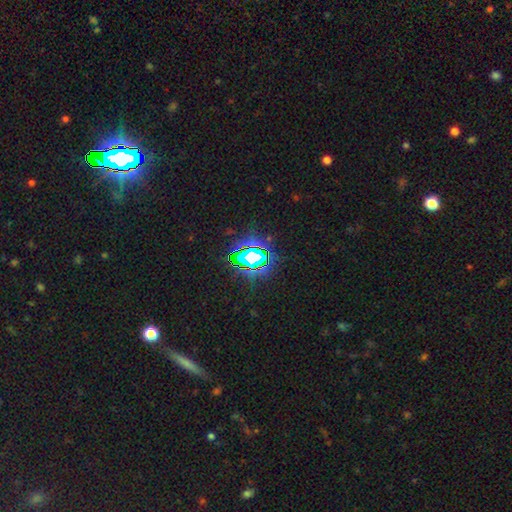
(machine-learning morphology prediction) The model was most divided on "smooth or featured": star or artifact: 75%, smooth: 14%, featured or disk: 11%.